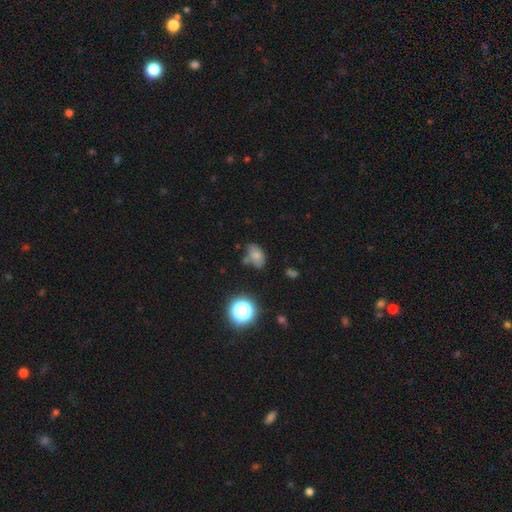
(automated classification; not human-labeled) The model was most divided on "merging": none: 54%, minor disturbance: 27%, merger: 10%, major disturbance: 9%. More confident: how rounded — in between (80%); smooth or featured — smooth (65%).